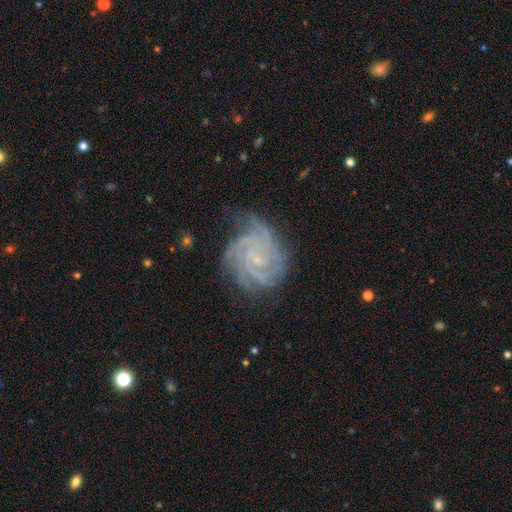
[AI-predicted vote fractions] featured or disk 88%, star or artifact 7%, smooth 5%. Down the decision tree: edge-on disk — no (98%); bar — no (63%); spiral arms — yes (98%); spiral arm count — 4 (32%); spiral winding — tight (73%); bulge size — small (79%); merging — none (68%).